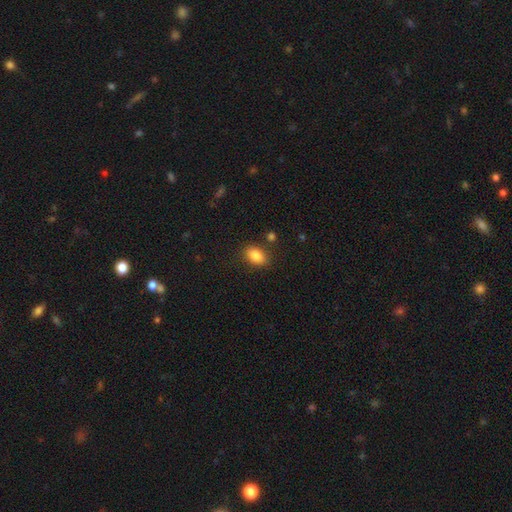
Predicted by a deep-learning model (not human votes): Q: Smooth or featured?
A: smooth (86%); runner-up: star or artifact (9%)
Q: How rounded?
A: in between (84%); runner-up: round (14%)
Q: Merging?
A: none (83%); runner-up: minor disturbance (11%)